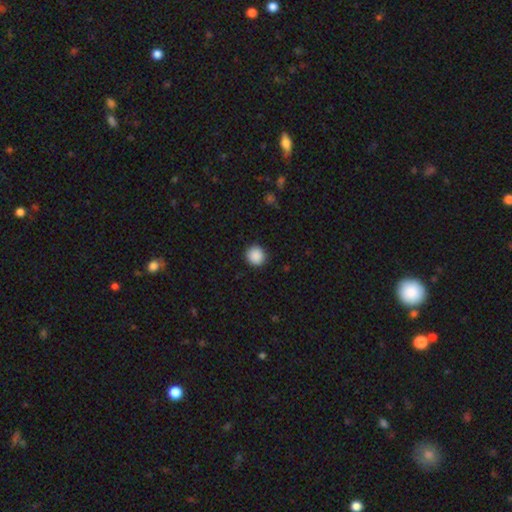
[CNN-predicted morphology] type=smooth (89%); roundness=round (93%); merging=none (91%).